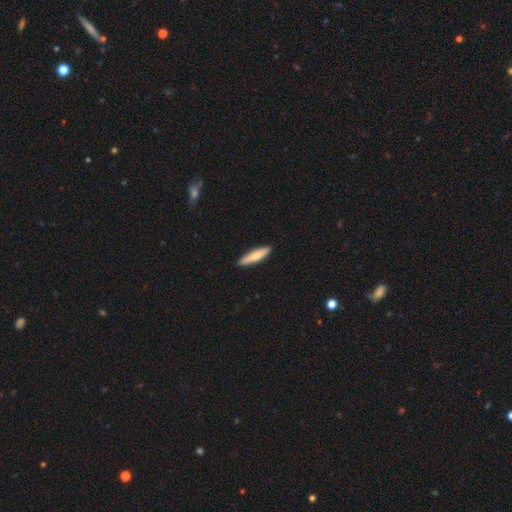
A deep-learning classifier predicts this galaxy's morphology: This is likely a smooth galaxy (69%). How rounded: clearly cigar-shaped (84%). Merging: clearly none (91%).